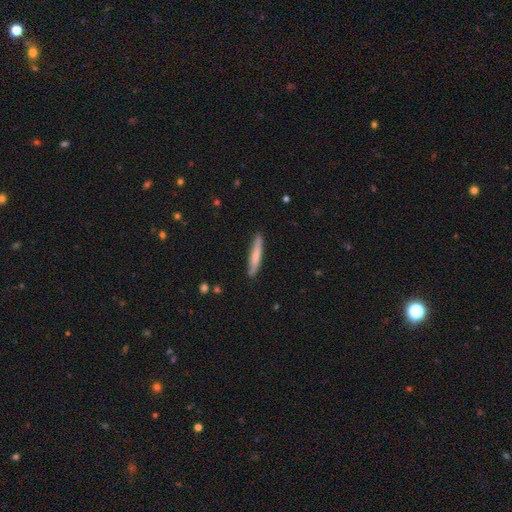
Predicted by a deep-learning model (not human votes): smooth_or_featured: smooth (p=0.69) [alt: featured or disk p=0.26]
how_rounded: cigar-shaped (p=0.93) [alt: in between p=0.06]
merging: none (p=0.87) [alt: minor disturbance p=0.10]